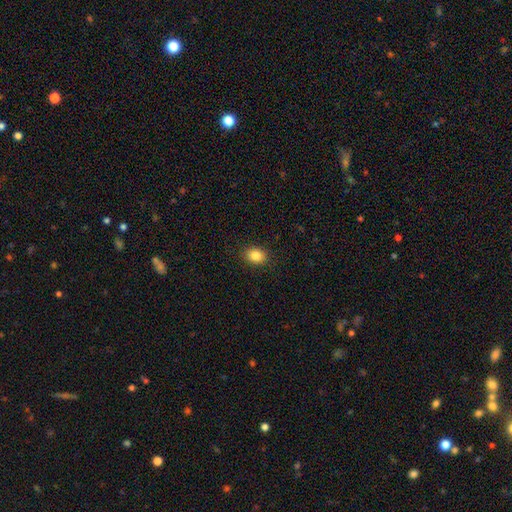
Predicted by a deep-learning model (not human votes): This appears to be a smooth galaxy with no disk features (85%) that is in between round and cigar-shaped (67%). Merging: none (89%).